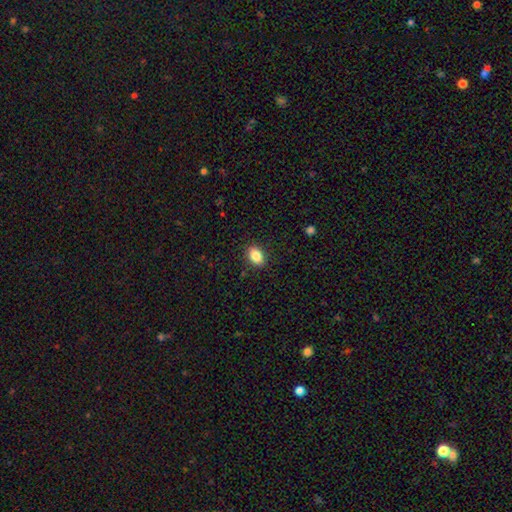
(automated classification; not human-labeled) This is clearly a smooth galaxy (86%). How rounded: clearly in between (85%). Merging: clearly none (88%).